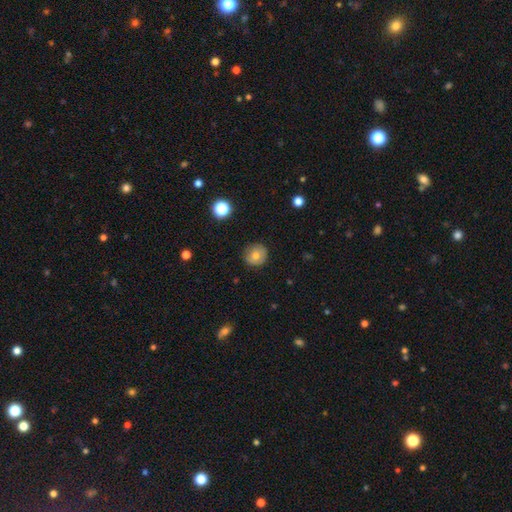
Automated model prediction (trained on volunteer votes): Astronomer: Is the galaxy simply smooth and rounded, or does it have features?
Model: smooth — 71%.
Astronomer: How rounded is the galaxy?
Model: round — 92%.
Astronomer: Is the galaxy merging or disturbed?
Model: none — 86%.